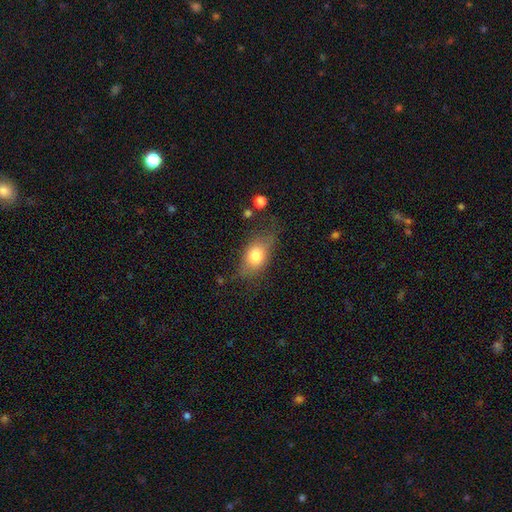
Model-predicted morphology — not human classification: Smooth or featured?
  - smooth: 75% *
  - featured or disk: 17%
  - star or artifact: 8%
How rounded?
  - in between: 79% *
  - round: 16%
  - cigar-shaped: 5%
Merging?
  - none: 59% *
  - minor disturbance: 26%
  - major disturbance: 12%
  - merger: 3%